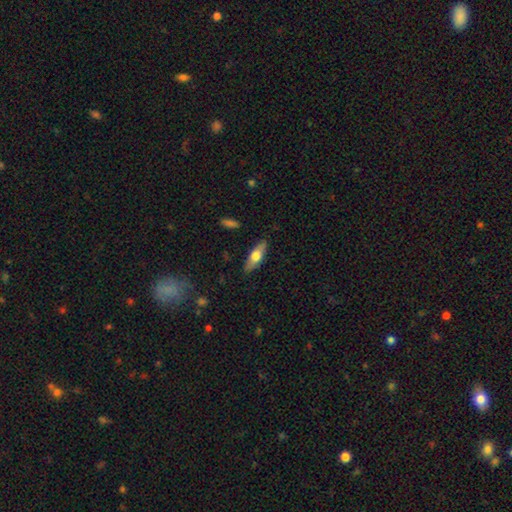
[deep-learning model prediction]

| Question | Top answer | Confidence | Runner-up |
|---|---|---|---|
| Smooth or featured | smooth | 56% | featured or disk (38%) |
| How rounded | in between | 58% | cigar-shaped (40%) |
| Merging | none | 85% | minor disturbance (11%) |